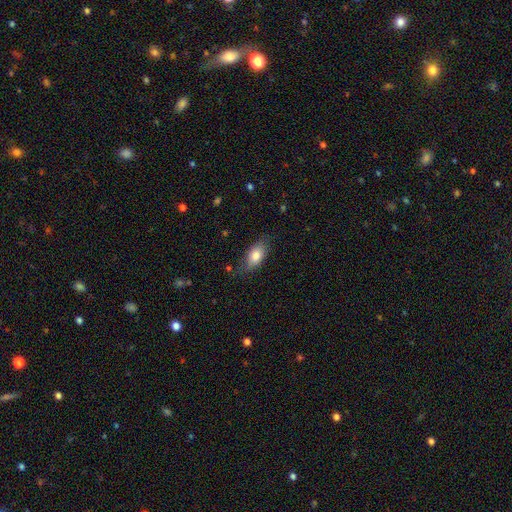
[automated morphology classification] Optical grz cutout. It shows a smooth galaxy with no disk features (78%) that is in between round and cigar-shaped (86%). Merging: none (72%).